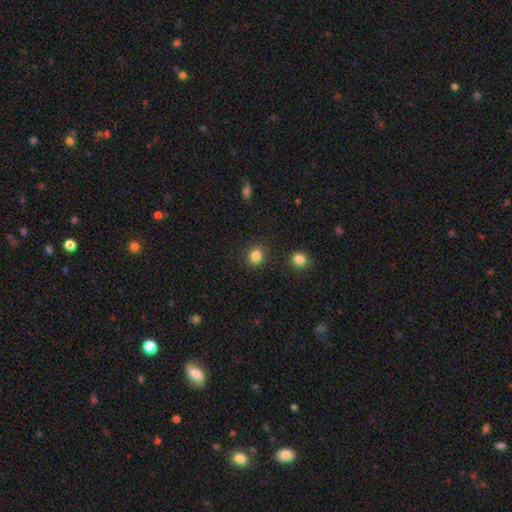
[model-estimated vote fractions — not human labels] A smooth galaxy with no disk features (85%) that is round (71%). Merging: none (89%).